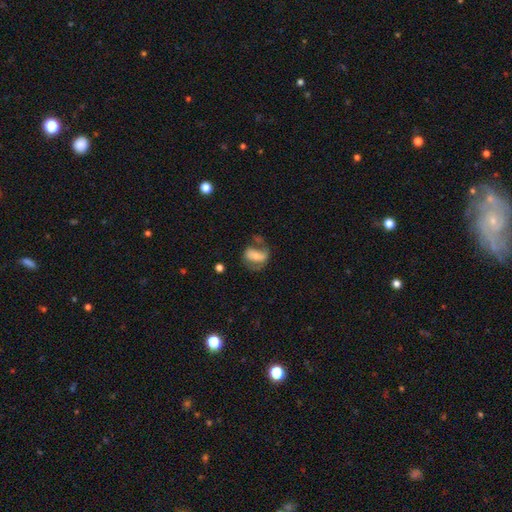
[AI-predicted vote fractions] featured or disk 49%, smooth 43%, star or artifact 8%. Down the decision tree: merging — none (39%).